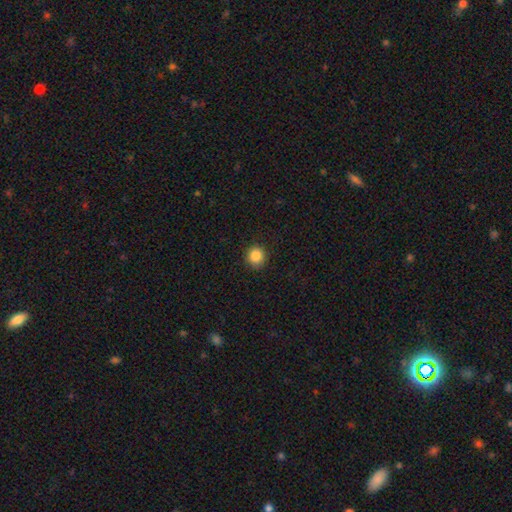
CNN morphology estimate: smooth-or-featured: smooth: 87% | star or artifact: 10% | featured or disk: 3%
  how-rounded: round: 92% | in between: 7% | cigar-shaped: 1%
  merging: none: 89% | minor disturbance: 8% | major disturbance: 2% | merger: 1%